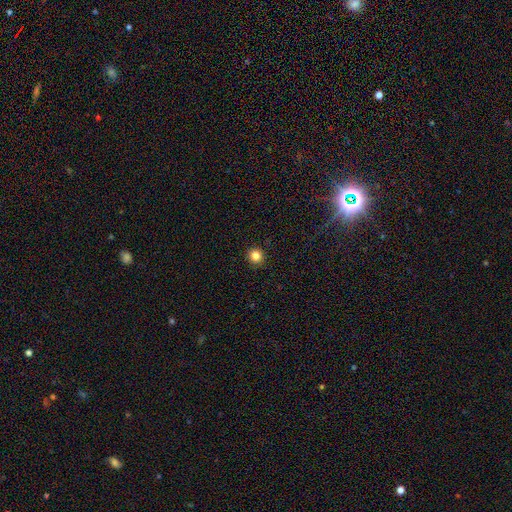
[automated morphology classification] The model was most divided on "smooth or featured": smooth: 84%, star or artifact: 12%, featured or disk: 5%. More confident: how rounded — round (92%); merging — none (92%).